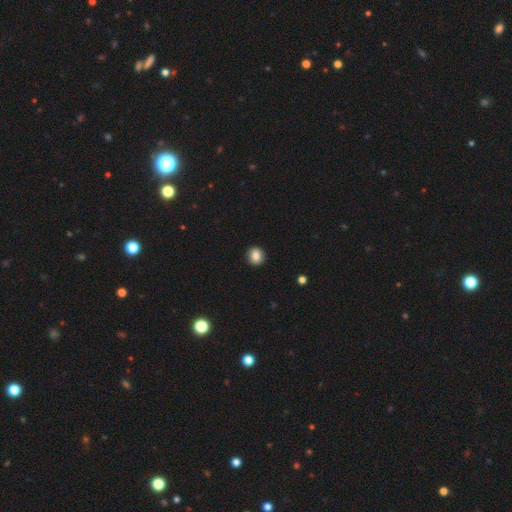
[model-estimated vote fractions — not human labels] Q: Smooth or featured?
A: smooth (84%); runner-up: star or artifact (9%)
Q: How rounded?
A: round (87%); runner-up: in between (12%)
Q: Merging?
A: none (92%); runner-up: minor disturbance (6%)